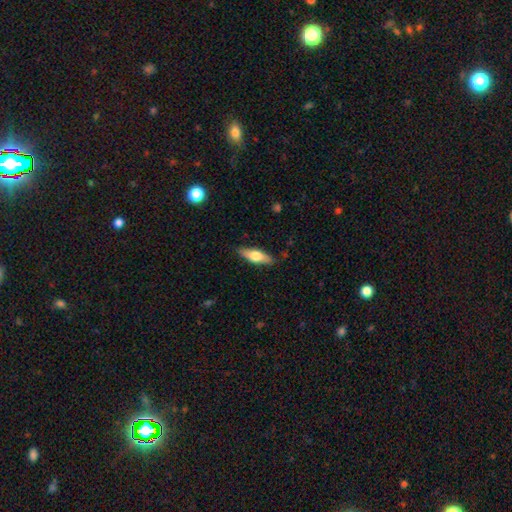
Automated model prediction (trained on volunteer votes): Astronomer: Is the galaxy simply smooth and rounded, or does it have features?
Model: smooth — 53% (runner-up: featured or disk, 41%).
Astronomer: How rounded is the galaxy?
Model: in between — 51% (runner-up: cigar-shaped, 46%).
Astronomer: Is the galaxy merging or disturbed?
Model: none — 87%.